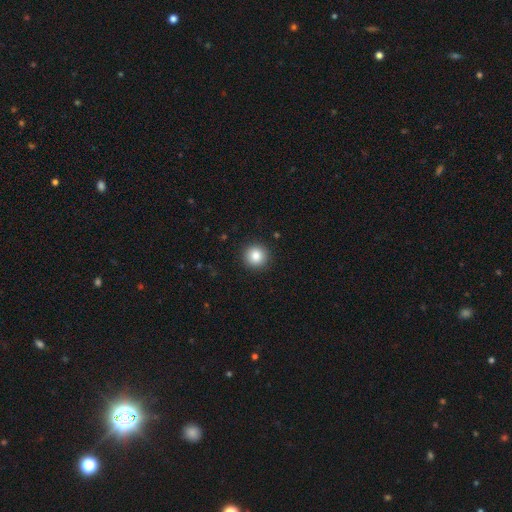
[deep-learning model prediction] Morphology: type=smooth (84%); roundness=round (95%); merging=none (93%).